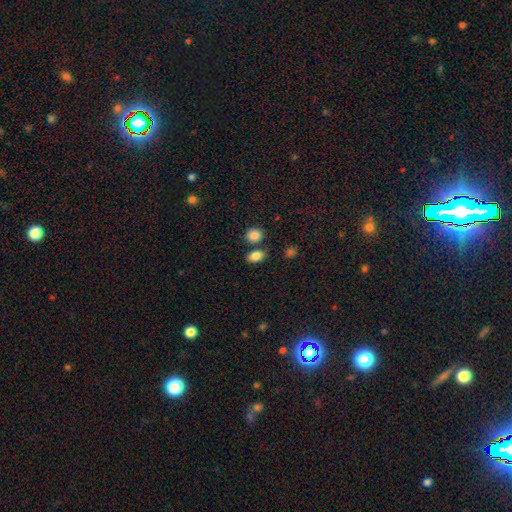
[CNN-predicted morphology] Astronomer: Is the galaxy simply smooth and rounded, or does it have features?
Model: smooth — 85%.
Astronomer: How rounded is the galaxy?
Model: in between — 81%.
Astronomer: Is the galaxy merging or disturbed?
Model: none — 74%.